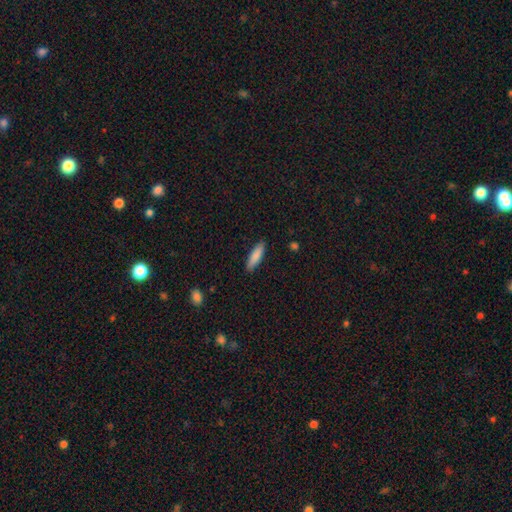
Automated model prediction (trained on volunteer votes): A smooth galaxy with no disk features (85%) that is cigar-shaped (65%). Merging: none (89%).